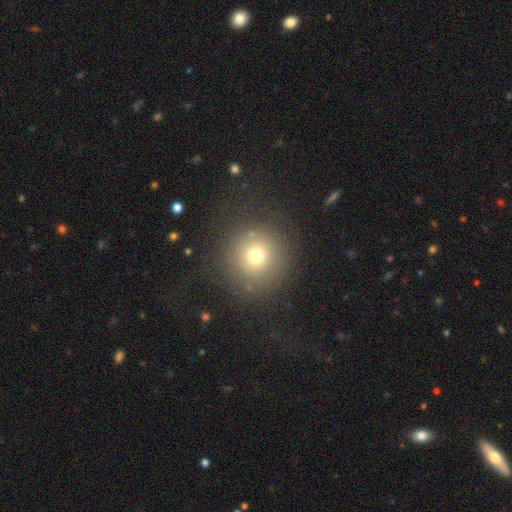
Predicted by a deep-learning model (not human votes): The model was most divided on "smooth or featured": smooth: 71%, star or artifact: 18%, featured or disk: 12%. More confident: how rounded — round (95%); merging — none (83%).